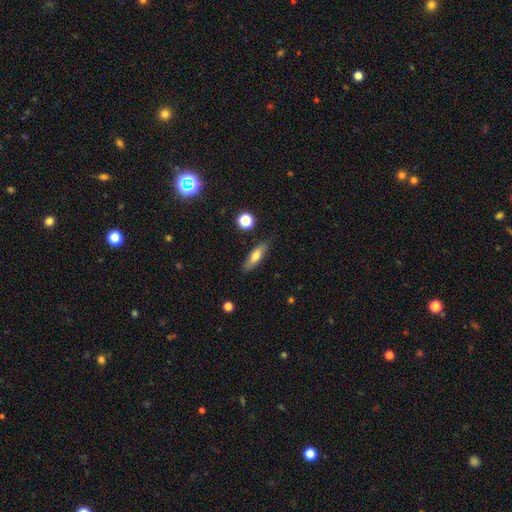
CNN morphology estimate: smooth_or_featured: smooth (p=0.63) [alt: featured or disk p=0.29]
how_rounded: cigar-shaped (p=0.51) [alt: in between p=0.45]
merging: none (p=0.83) [alt: minor disturbance p=0.13]